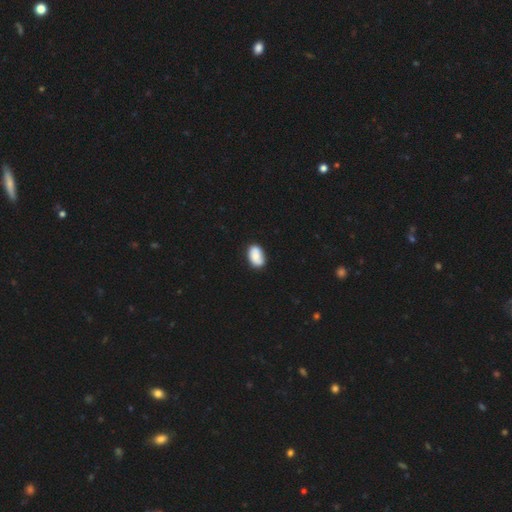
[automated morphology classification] A smooth galaxy with no disk features (80%) that is in between round and cigar-shaped (89%).

Vote fractions:
- Smooth or featured? smooth: 80% / featured or disk: 12% / star or artifact: 7%
- How rounded? in between: 89% / round: 9% / cigar-shaped: 1%
- Merging? none: 75% / minor disturbance: 19% / major disturbance: 4% / merger: 3%